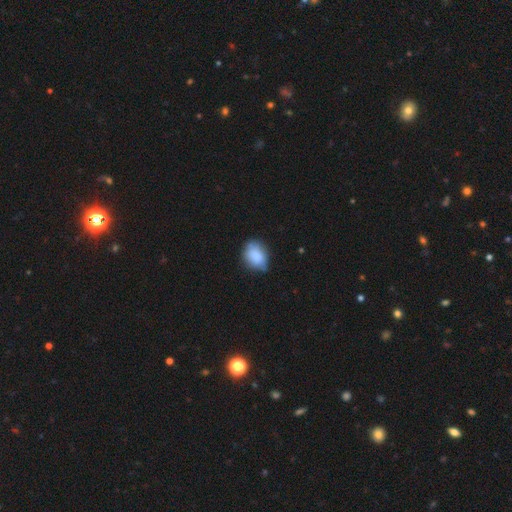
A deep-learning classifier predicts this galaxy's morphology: type=smooth (84%); roundness=in between (68%); merging=none (61%).